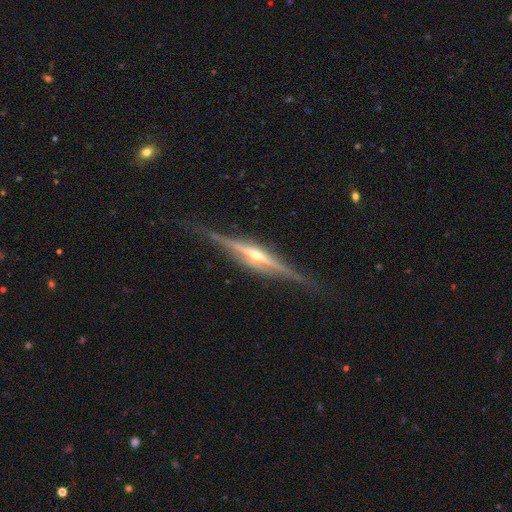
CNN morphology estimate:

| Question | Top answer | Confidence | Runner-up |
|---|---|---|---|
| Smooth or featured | featured or disk | 87% | smooth (7%) |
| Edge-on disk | yes | 98% | no (2%) |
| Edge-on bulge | rounded | 81% | boxy (10%) |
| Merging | none | 84% | minor disturbance (12%) |